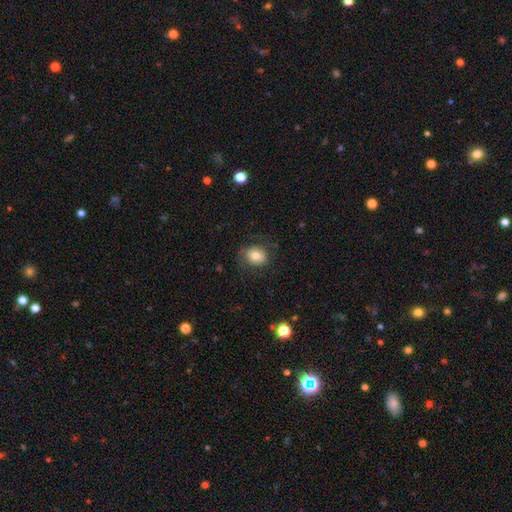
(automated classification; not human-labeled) Smooth or featured?
  - smooth: 72% *
  - featured or disk: 19%
  - star or artifact: 9%
How rounded?
  - round: 55% *
  - in between: 44%
  - cigar-shaped: 1%
Merging?
  - none: 72% *
  - minor disturbance: 17%
  - major disturbance: 10%
  - merger: 1%